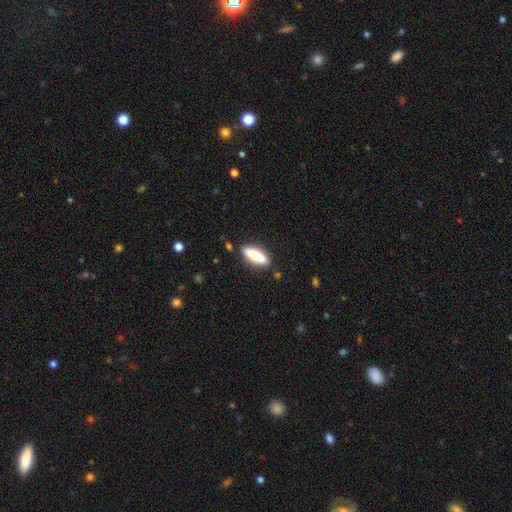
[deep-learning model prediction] A smooth galaxy with no disk features (74%) that is cigar-shaped (51%). Merging: none (87%).